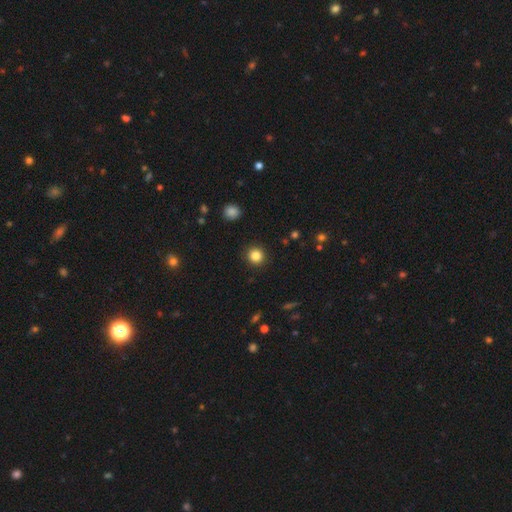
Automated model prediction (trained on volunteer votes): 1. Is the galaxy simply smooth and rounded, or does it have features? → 85% smooth, 11% star or artifact, 4% featured or disk.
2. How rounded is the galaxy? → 93% round, 6% in between, 1% cigar-shaped.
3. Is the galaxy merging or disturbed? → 92% none, 5% minor disturbance, 2% major disturbance, 1% merger.